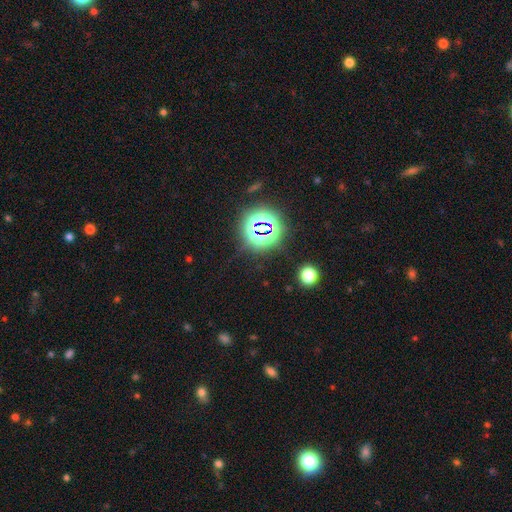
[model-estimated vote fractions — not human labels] Smooth or featured?
  - star or artifact: 77% *
  - smooth: 15%
  - featured or disk: 7%